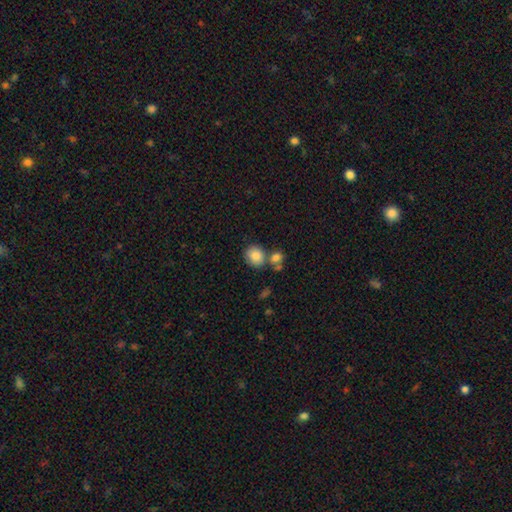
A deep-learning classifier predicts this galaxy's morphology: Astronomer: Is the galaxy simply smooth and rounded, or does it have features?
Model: smooth — 84%.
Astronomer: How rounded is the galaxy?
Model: round — 74%.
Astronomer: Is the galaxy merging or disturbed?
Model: none — 60%.